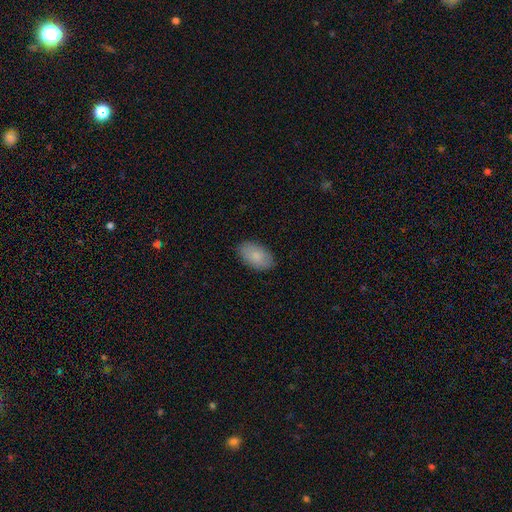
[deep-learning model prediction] Smooth or featured? Predicted: smooth (p=0.85). How rounded? Predicted: in between (p=0.93). Merging? Predicted: none (p=0.87).